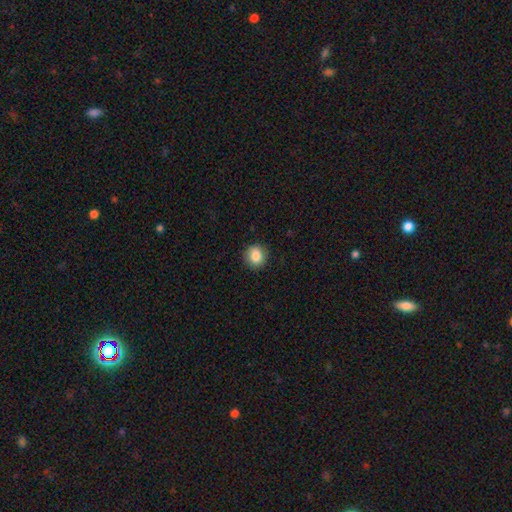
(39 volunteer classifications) smooth_or_featured: smooth (p=0.92) [alt: featured or disk p=0.05]
how_rounded: round (p=0.89) [alt: in between p=0.11]
merging: none (p=0.87) [alt: minor disturbance p=0.11]